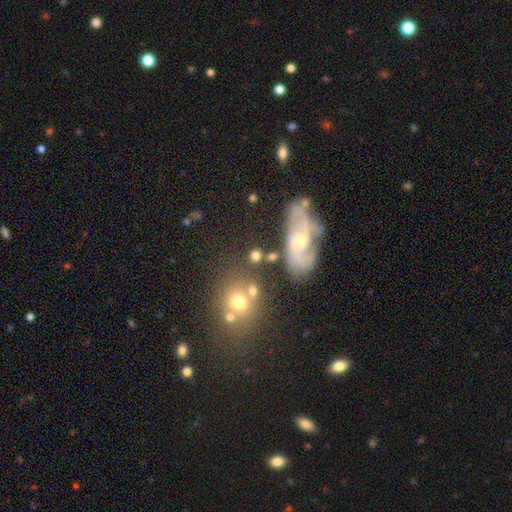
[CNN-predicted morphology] smooth 64%, featured or disk 22%, star or artifact 13%. Down the decision tree: how rounded — round (67%); merging — none (63%).